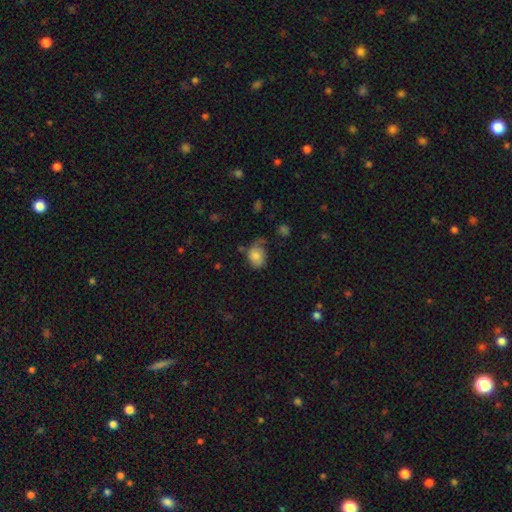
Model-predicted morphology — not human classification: smooth 77%, featured or disk 14%, star or artifact 9%. Down the decision tree: how rounded — in between (70%); merging — none (50%).